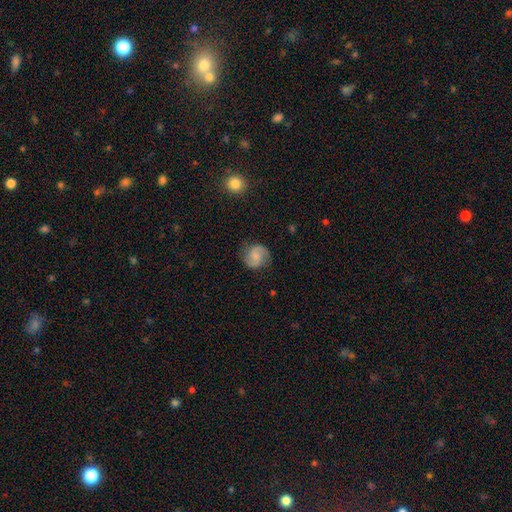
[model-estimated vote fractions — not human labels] smooth-or-featured: featured or disk: 59% | smooth: 33% | star or artifact: 8%
  disk-edge-on: no: 98% | yes: 2%
    bar: no: 45% (tied) | weak: 45% (tied) | strong: 10%
    has-spiral-arms: yes: 94% | no: 6%
      spiral-winding: medium: 49% | loose: 31% | tight: 20%
      spiral-arm-count: 2: 89% | can't tell: 5% | 1: 3% | 3: 1% | 4: 1% | more than 4: 1%
    bulge-size: small: 39% | none: 31% | moderate: 25% | large: 3% | dominant: 1%
  merging: none: 80% | minor disturbance: 14% | major disturbance: 5% | merger: 1%